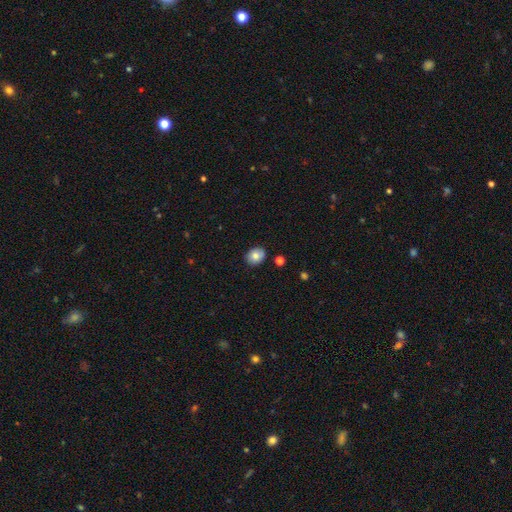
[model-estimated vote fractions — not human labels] Smooth or featured? smooth (78%)
How rounded? round (53%)
Merging? none (85%)